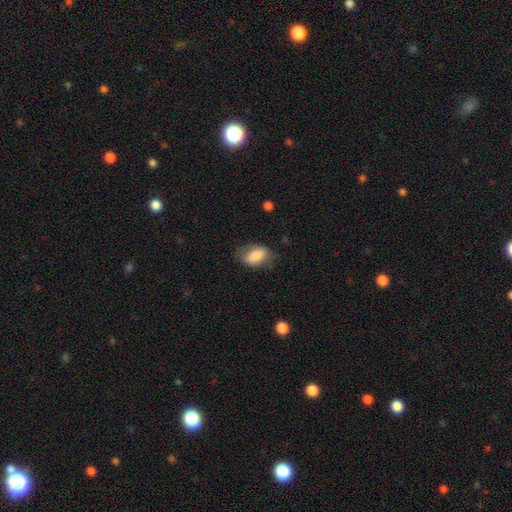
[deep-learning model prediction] The model was most divided on "merging": none: 64%, minor disturbance: 25%, major disturbance: 10%, merger: 1%. More confident: how rounded — in between (87%); smooth or featured — smooth (79%).